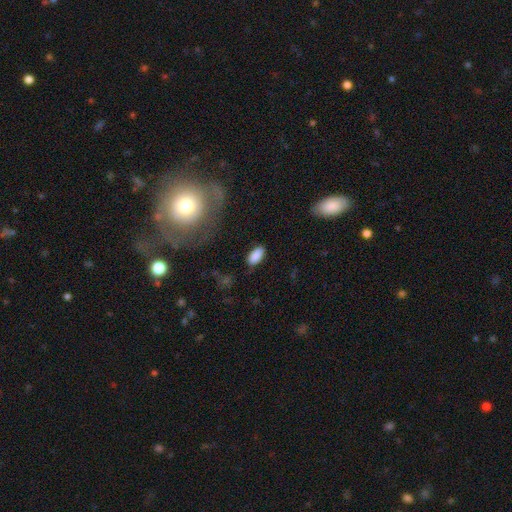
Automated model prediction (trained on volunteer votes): The model was most divided on "merging": none: 82%, minor disturbance: 13%, major disturbance: 3%, merger: 2%. More confident: how rounded — in between (94%); smooth or featured — smooth (88%).